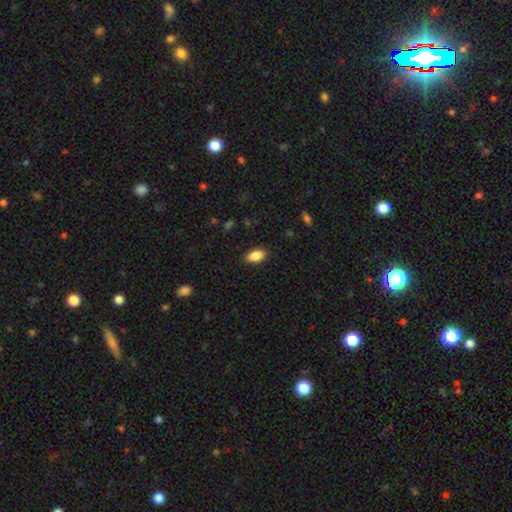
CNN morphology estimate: smooth-or-featured: smooth: 86% | featured or disk: 7% | star or artifact: 7%
  how-rounded: in between: 89% | cigar-shaped: 8% | round: 3%
  merging: none: 86% | minor disturbance: 11% | major disturbance: 2% | merger: 1%